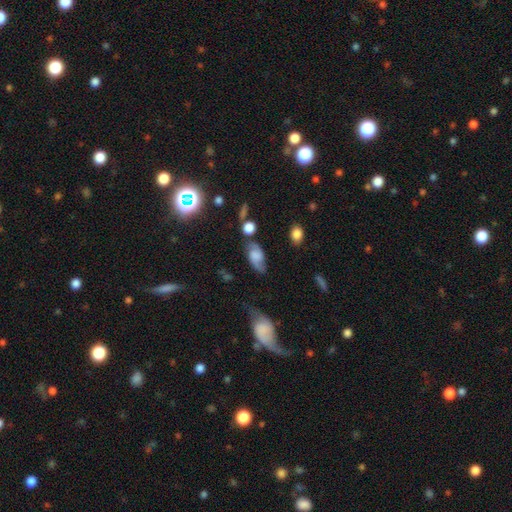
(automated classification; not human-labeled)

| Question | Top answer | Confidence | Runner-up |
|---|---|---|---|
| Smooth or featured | featured or disk | 53% | smooth (36%) |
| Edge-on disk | no | 91% | yes (9%) |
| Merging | none | 57% | minor disturbance (25%) |